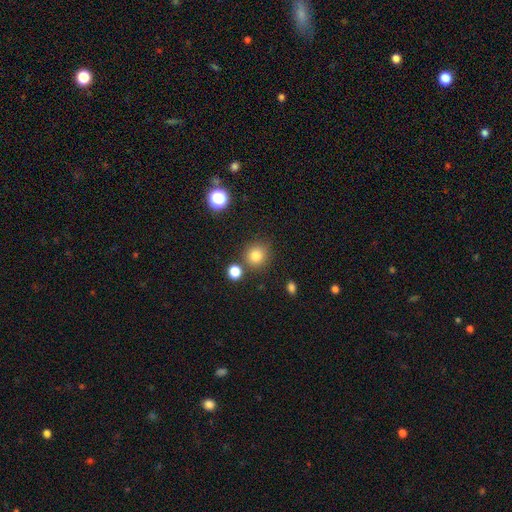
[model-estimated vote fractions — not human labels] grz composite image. It shows a smooth galaxy with no disk features (81%) that is round (90%). Merging: none (79%).